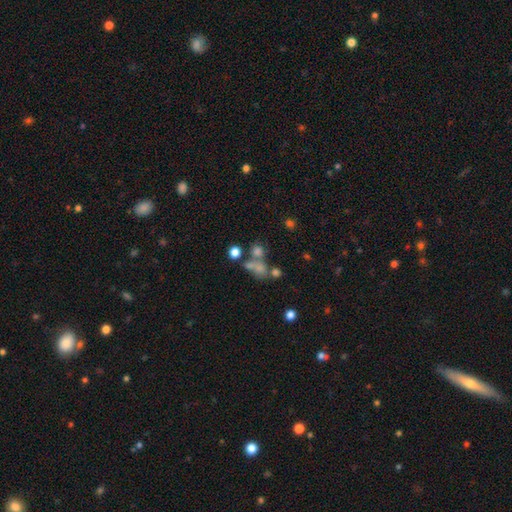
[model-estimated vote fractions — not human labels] Smooth or featured: smooth — 49% (star or artifact — 30%)
Merging: none — 43% (merger — 35%)